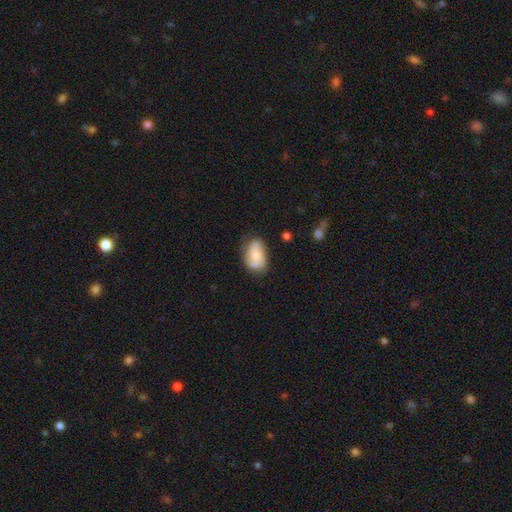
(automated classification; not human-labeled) Smooth or featured: smooth — 55% (featured or disk — 38%)
How rounded: in between — 88% (round — 10%)
Merging: none — 61% (minor disturbance — 29%)